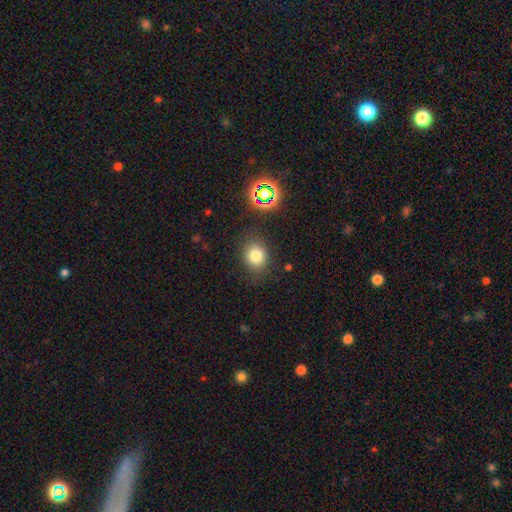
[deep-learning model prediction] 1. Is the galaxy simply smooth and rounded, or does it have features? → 78% smooth, 14% star or artifact, 7% featured or disk.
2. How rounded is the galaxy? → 63% round, 36% in between, 1% cigar-shaped.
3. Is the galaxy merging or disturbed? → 81% none, 12% minor disturbance, 4% major disturbance, 3% merger.